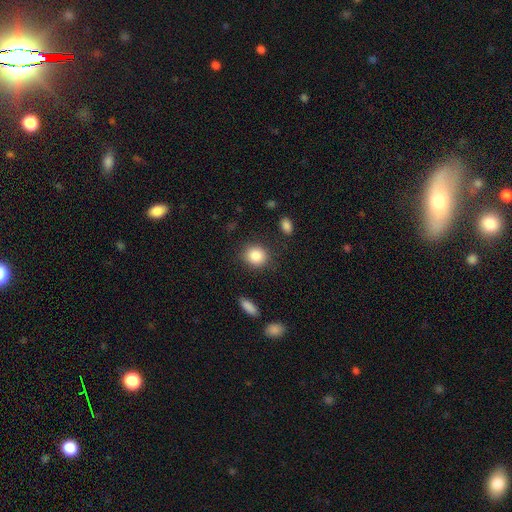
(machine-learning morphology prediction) This is clearly a smooth galaxy (86%). How rounded: likely round (76%). Merging: clearly none (84%).